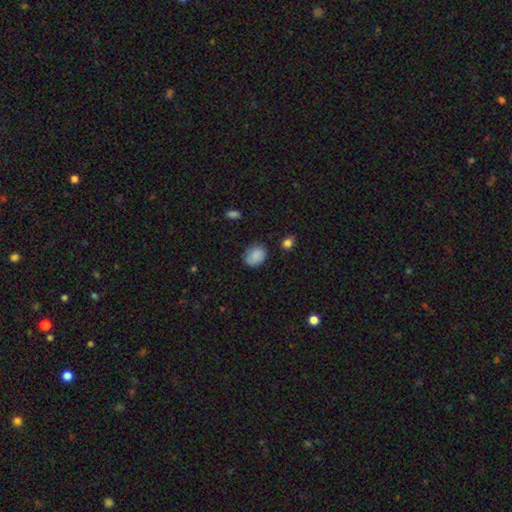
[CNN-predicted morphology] type=smooth (87%); roundness=in between (57%); merging=none (76%).